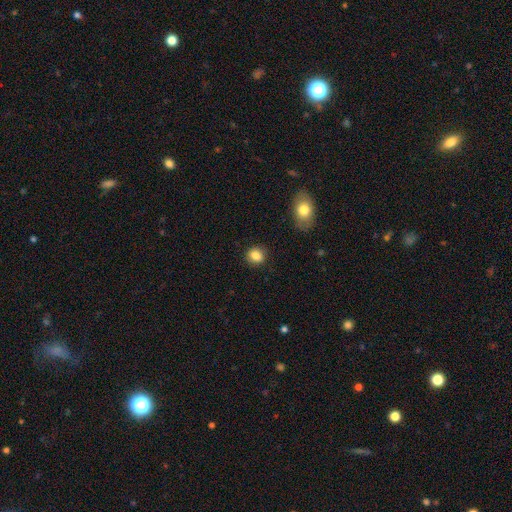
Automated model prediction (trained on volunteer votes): This appears to be a smooth galaxy with no disk features (84%) that is round (76%). Merging: none (89%).